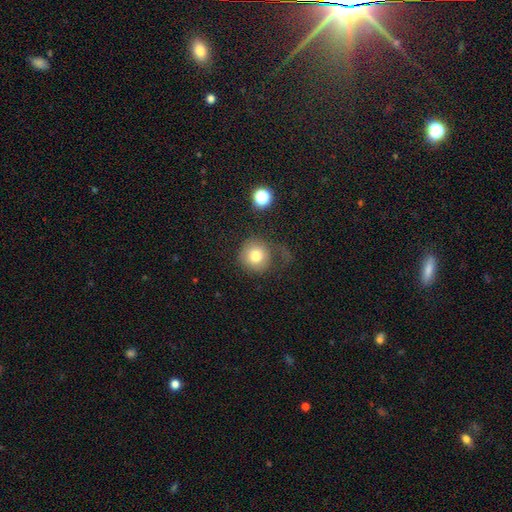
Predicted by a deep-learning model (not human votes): The model was most divided on "merging": none: 49%, major disturbance: 26%, minor disturbance: 20%, merger: 4%. More confident: how rounded — round (91%); smooth or featured — smooth (78%).